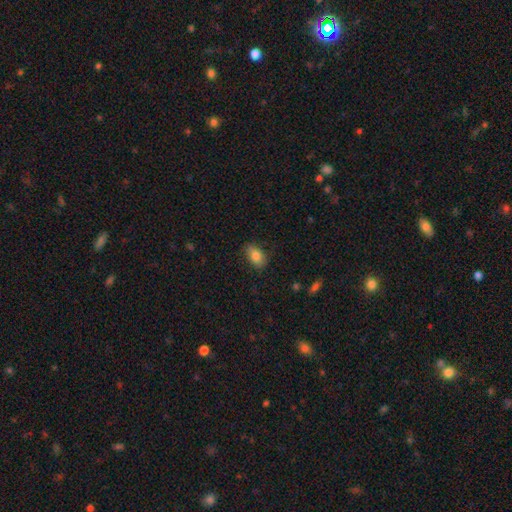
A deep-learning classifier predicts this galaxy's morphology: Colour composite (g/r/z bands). It shows a smooth galaxy with no disk features (82%) that is in between round and cigar-shaped (89%). Merging: none (81%).